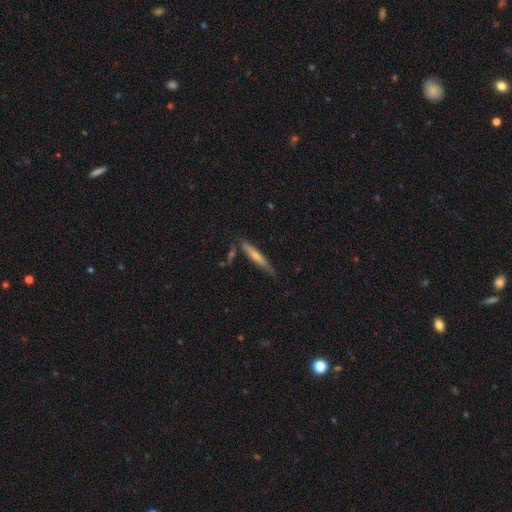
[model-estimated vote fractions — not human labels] smooth_or_featured: smooth (p=0.60) [alt: featured or disk p=0.34]
how_rounded: cigar-shaped (p=0.93) [alt: in between p=0.06]
merging: none (p=0.70) [alt: minor disturbance p=0.21]